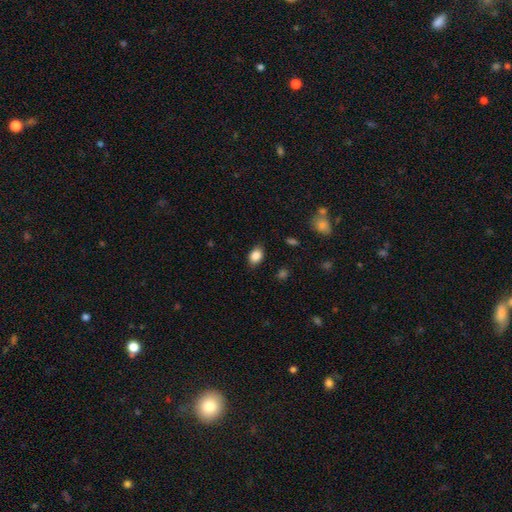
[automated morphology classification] Q: Smooth or featured?
A: smooth (86%); runner-up: star or artifact (9%)
Q: How rounded?
A: in between (78%); runner-up: round (20%)
Q: Merging?
A: none (83%); runner-up: minor disturbance (13%)